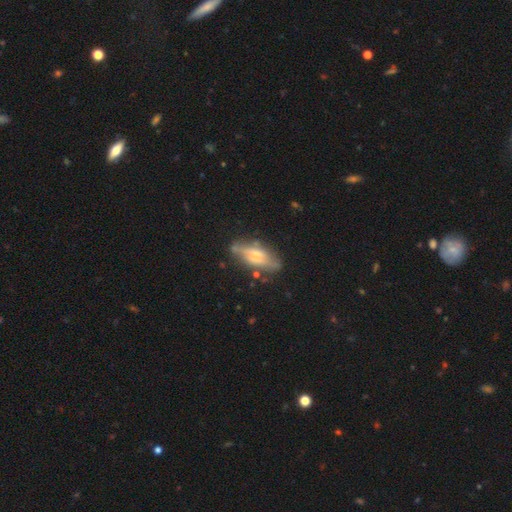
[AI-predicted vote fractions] Morphology: type=featured or disk (58%); edge-on=yes (65%); merging=none (67%).